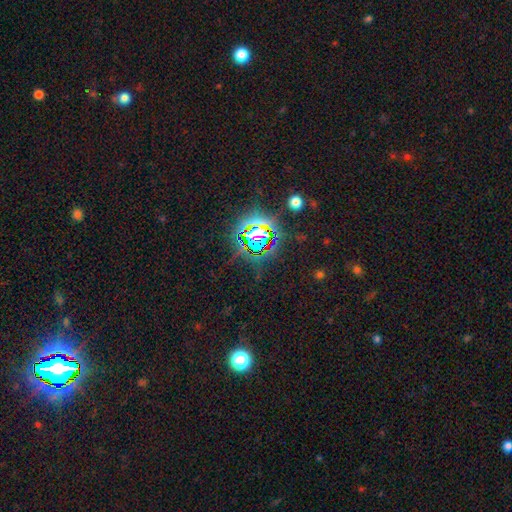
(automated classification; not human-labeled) smooth-or-featured: star or artifact: 79% | smooth: 12% | featured or disk: 9%